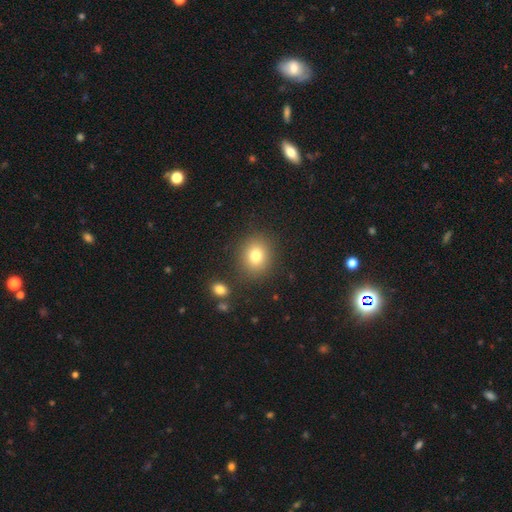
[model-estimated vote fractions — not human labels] Overall: smooth (78%). How rounded: round (69%; in between 30%). Merging: none (85%).